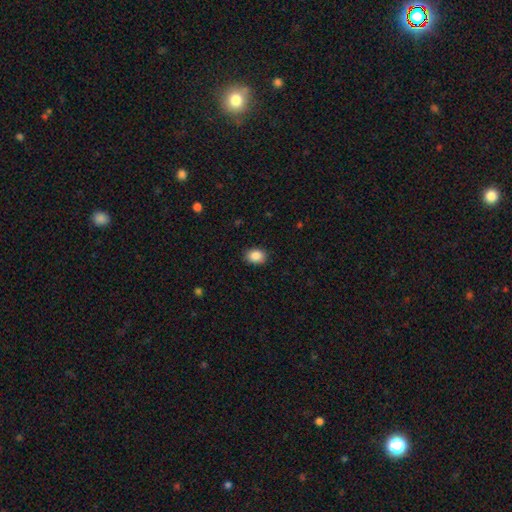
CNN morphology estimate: smooth_or_featured: smooth (p=0.88) [alt: star or artifact p=0.08]
how_rounded: in between (p=0.68) [alt: round p=0.31]
merging: none (p=0.87) [alt: minor disturbance p=0.10]